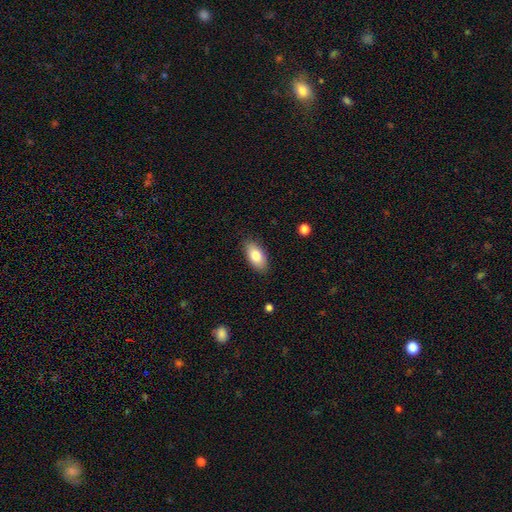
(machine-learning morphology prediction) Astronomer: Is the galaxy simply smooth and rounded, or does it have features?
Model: smooth — 81%.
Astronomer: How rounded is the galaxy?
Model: in between — 92%.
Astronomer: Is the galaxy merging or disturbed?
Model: none — 87%.